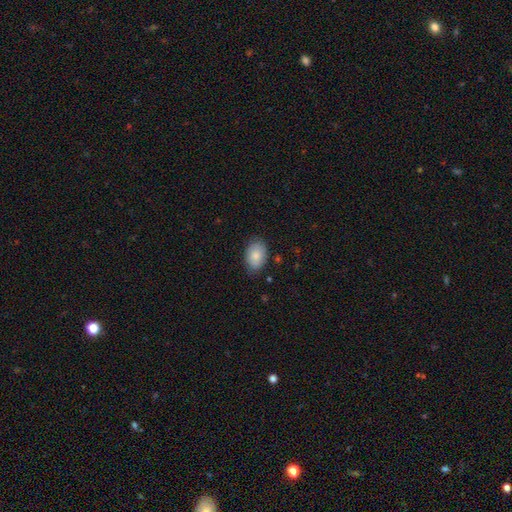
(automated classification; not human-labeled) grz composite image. It shows a smooth galaxy with no disk features (83%) that is in between round and cigar-shaped (85%). Merging: none (76%).